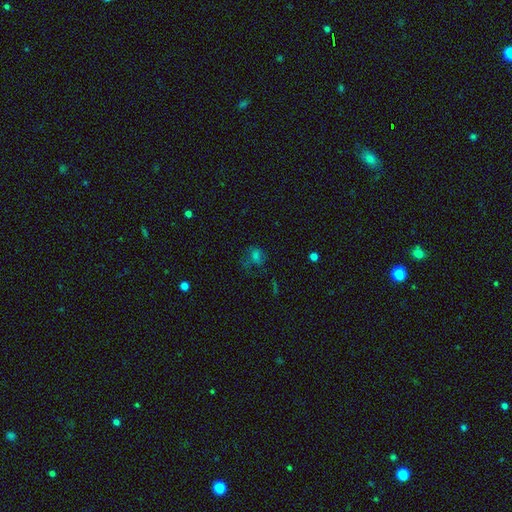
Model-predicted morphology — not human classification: Q: Smooth or featured?
A: smooth (51%); runner-up: star or artifact (30%)
Q: How rounded?
A: round (50%); runner-up: in between (48%)
Q: Merging?
A: none (46%); runner-up: major disturbance (27%)